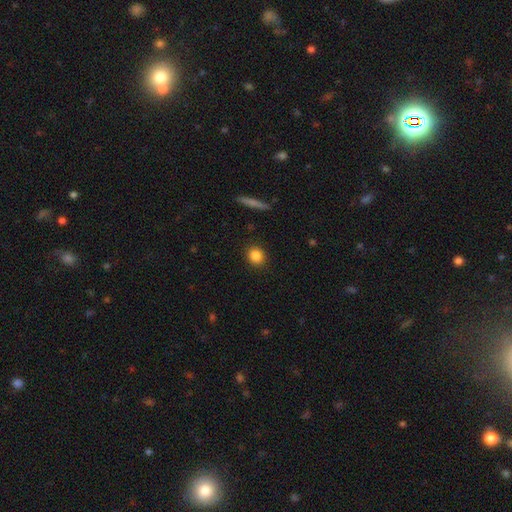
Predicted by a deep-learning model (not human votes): Smooth or featured? Predicted: smooth (p=0.85). How rounded? Predicted: round (p=0.81). Merging? Predicted: none (p=0.91).